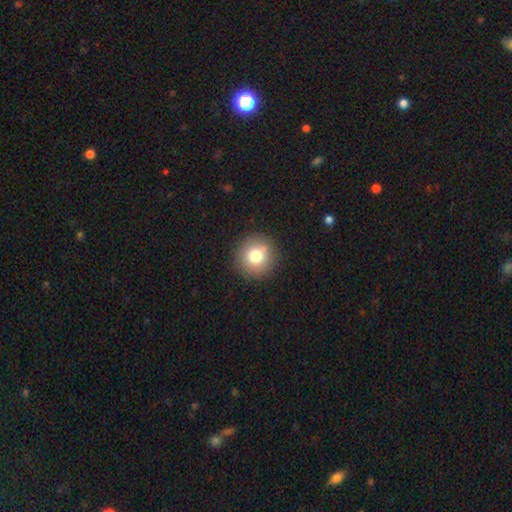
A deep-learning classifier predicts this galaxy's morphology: A smooth galaxy with no disk features (77%) that is round (94%).

Vote fractions:
- Smooth or featured? smooth: 77% / star or artifact: 12% / featured or disk: 12%
- How rounded? round: 94% / in between: 5% / cigar-shaped: 1%
- Merging? none: 90% / minor disturbance: 7% / major disturbance: 2% / merger: 1%